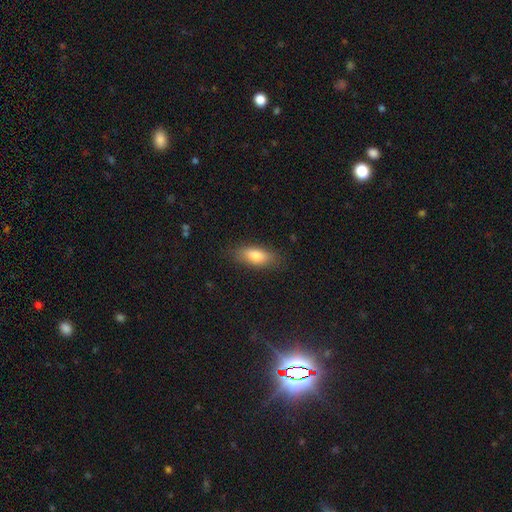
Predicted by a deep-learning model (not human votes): This is likely a smooth galaxy (79%). How rounded: likely in between (79%). Merging: clearly none (82%).